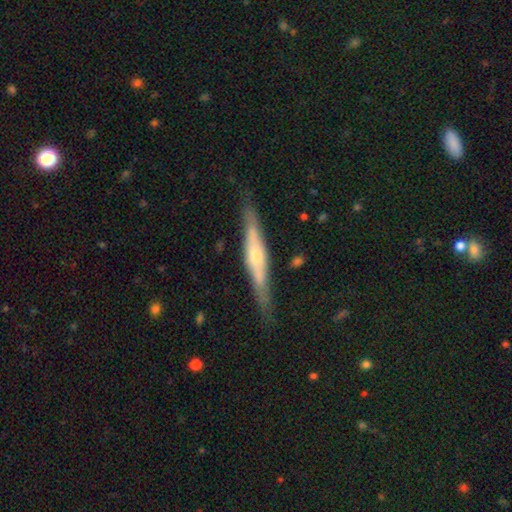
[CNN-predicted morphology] Q: Smooth or featured?
A: featured or disk (71%); runner-up: smooth (24%)
Q: Edge-on disk?
A: yes (94%); runner-up: no (6%)
Q: Edge-on bulge?
A: rounded (77%); runner-up: boxy (12%)
Q: Merging?
A: none (83%); runner-up: minor disturbance (12%)